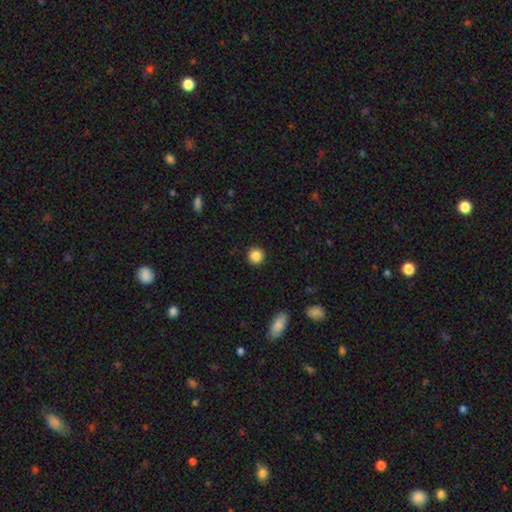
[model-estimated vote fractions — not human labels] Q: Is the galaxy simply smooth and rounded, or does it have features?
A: smooth — 86%.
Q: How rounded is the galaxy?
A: round — 95%.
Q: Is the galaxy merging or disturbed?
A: none — 93%.